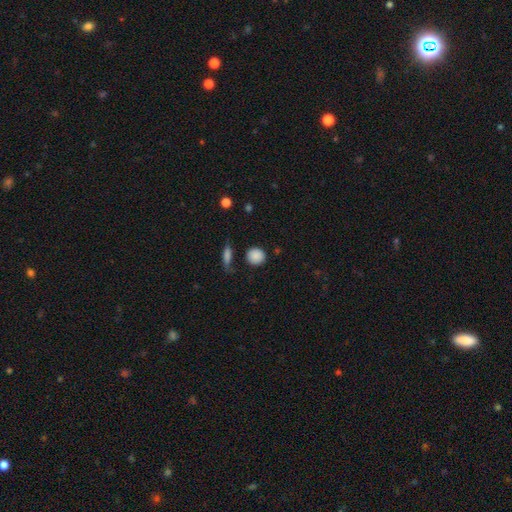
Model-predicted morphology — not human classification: Overall: smooth (87%). How rounded: round (86%). Merging: none (82%).